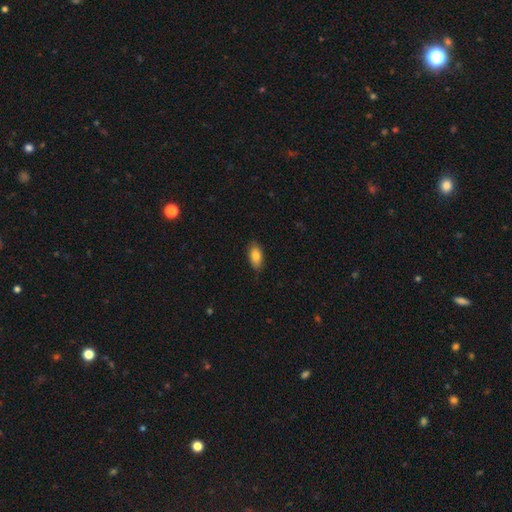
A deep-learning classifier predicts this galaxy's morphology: Smooth or featured: smooth — 84% (featured or disk — 9%)
How rounded: in between — 91% (cigar-shaped — 6%)
Merging: none — 86% (minor disturbance — 11%)